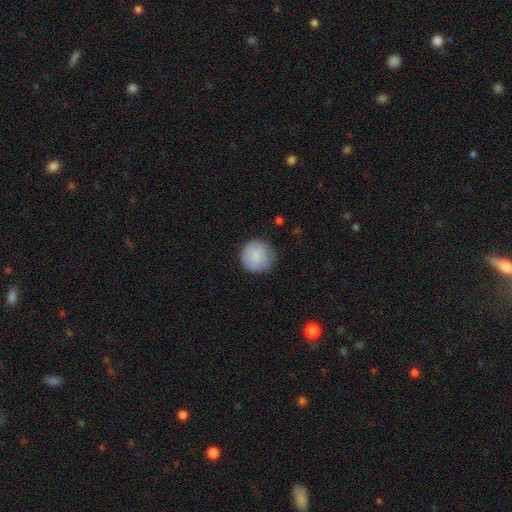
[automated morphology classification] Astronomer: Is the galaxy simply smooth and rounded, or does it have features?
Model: smooth — 85%.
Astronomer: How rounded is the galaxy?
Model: round — 95%.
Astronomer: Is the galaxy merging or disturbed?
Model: none — 83%.